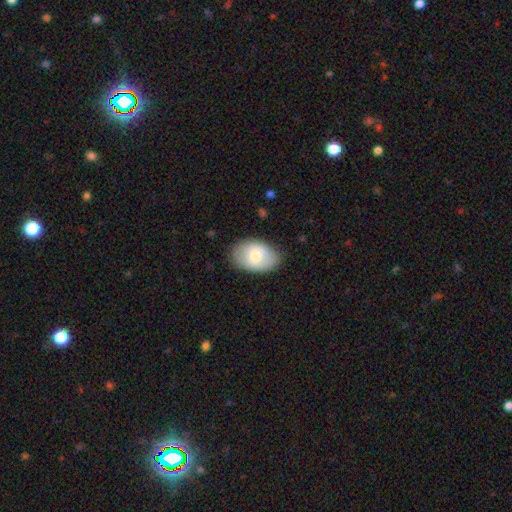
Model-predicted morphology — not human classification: smooth 69%, featured or disk 24%, star or artifact 6%. Down the decision tree: how rounded — in between (87%); merging — none (79%).